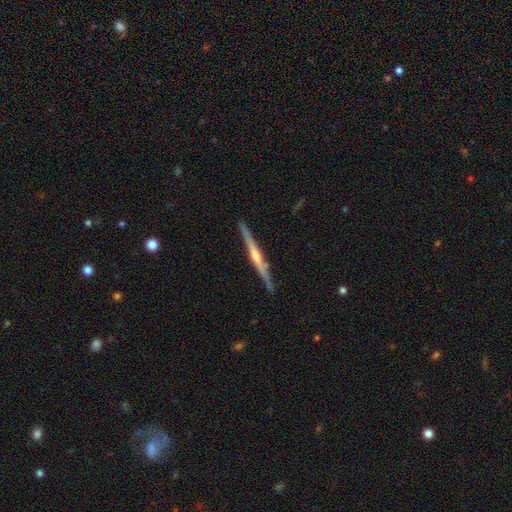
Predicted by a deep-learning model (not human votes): Q: Smooth or featured?
A: featured or disk (78%); runner-up: smooth (17%)
Q: Edge-on disk?
A: yes (98%); runner-up: no (2%)
Q: Edge-on bulge?
A: rounded (70%); runner-up: none (20%)
Q: Merging?
A: none (89%); runner-up: minor disturbance (8%)